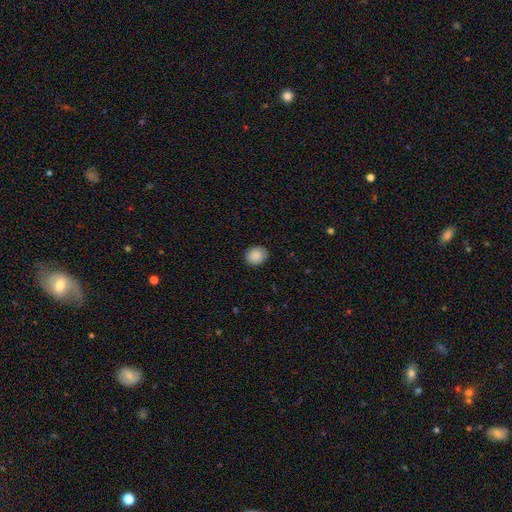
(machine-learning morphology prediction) This appears to be a smooth galaxy with no disk features (88%) that is round (58%). Merging: none (86%).